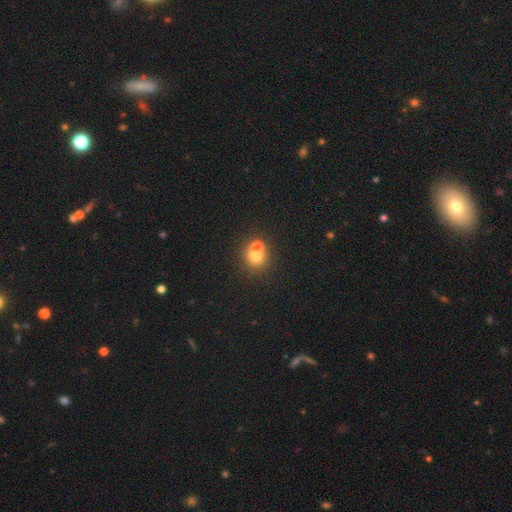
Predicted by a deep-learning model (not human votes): Smooth or featured: smooth — 69% (featured or disk — 16%)
How rounded: round — 83% (in between — 16%)
Merging: merger — 50% (none — 42%)